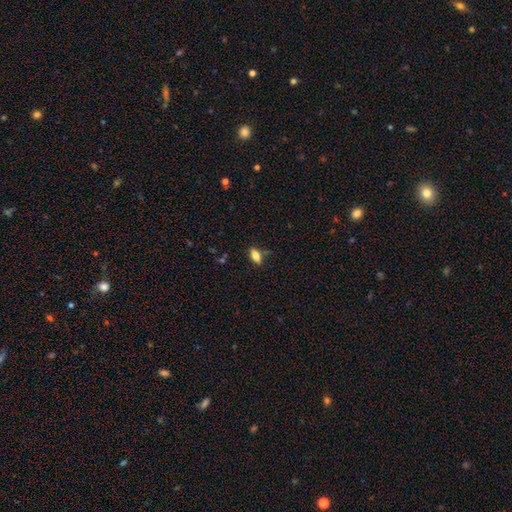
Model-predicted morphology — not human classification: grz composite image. It shows a smooth galaxy with no disk features (76%) that is in between round and cigar-shaped (81%). Merging: none (75%).